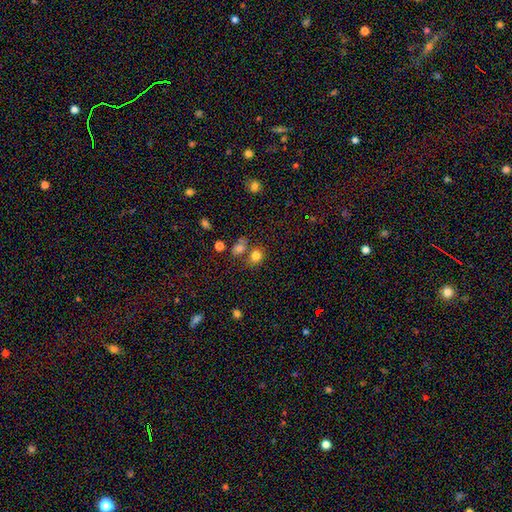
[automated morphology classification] smooth 79%, star or artifact 14%, featured or disk 7%. Down the decision tree: how rounded — round (72%); merging — none (62%).